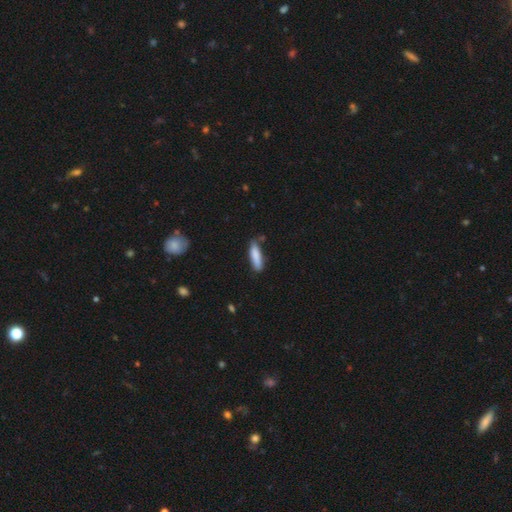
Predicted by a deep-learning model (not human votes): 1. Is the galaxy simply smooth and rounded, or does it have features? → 85% smooth, 9% featured or disk, 6% star or artifact.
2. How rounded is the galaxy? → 71% cigar-shaped, 28% in between, 1% round.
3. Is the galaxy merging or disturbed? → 73% none, 20% minor disturbance, 4% merger, 3% major disturbance.